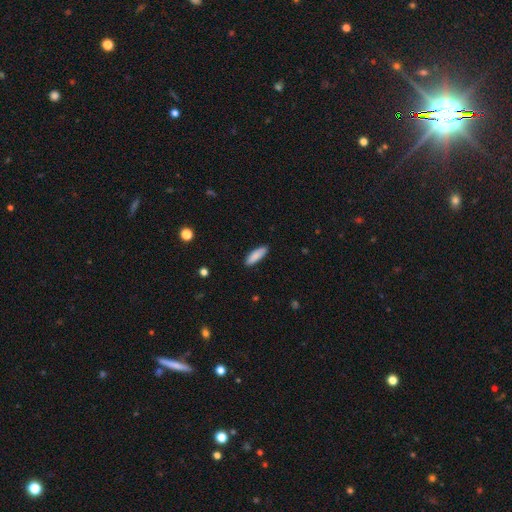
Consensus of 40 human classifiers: A smooth galaxy with no disk features (100%) that is in between round and cigar-shaped (55%).

Vote fractions:
- Smooth or featured? smooth: 100% / featured or disk: 0% / star or artifact: 0%
- How rounded? in between: 55% / cigar-shaped: 42% / round: 2%
- Merging? none: 80% / minor disturbance: 18% / merger: 2% / major disturbance: 0%